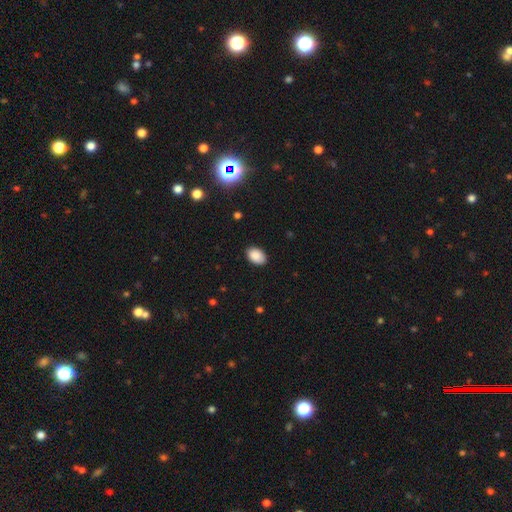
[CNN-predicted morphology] smooth-or-featured: smooth: 89% | star or artifact: 7% | featured or disk: 3%
  how-rounded: in between: 87% | round: 12% | cigar-shaped: 1%
  merging: none: 88% | minor disturbance: 9% | major disturbance: 2% | merger: 1%